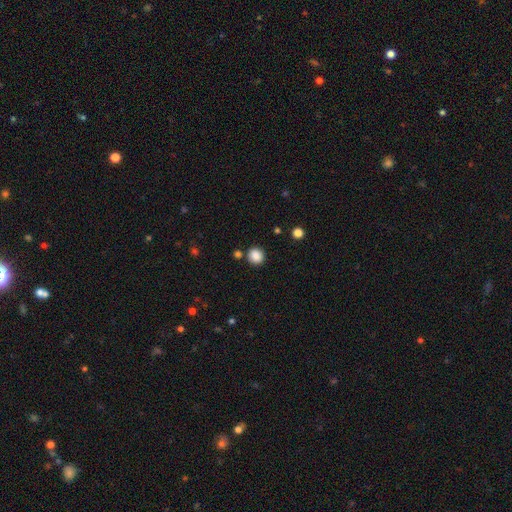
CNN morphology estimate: Overall: smooth (87%). How rounded: round (85%). Merging: none (83%).